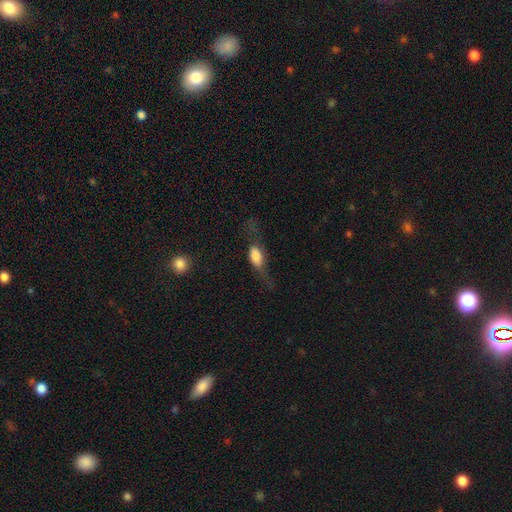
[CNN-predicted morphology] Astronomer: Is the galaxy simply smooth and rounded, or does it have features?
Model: smooth — 61%.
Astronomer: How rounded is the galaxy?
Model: in between — 74%.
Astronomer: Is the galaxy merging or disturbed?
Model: none — 40% (runner-up: major disturbance, 33%).